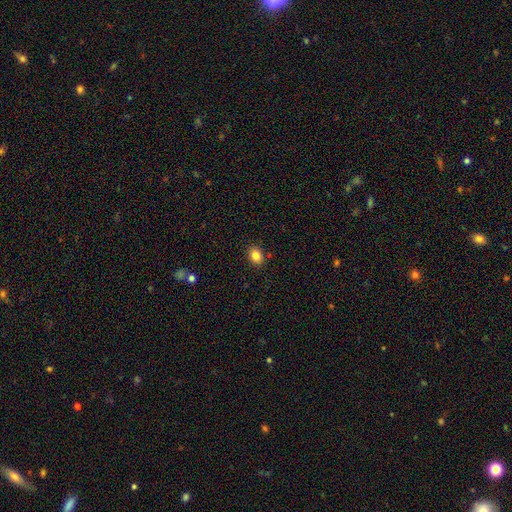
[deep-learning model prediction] Smooth or featured? Predicted: smooth (p=0.85). How rounded? Predicted: in between (p=0.65). Merging? Predicted: none (p=0.88).